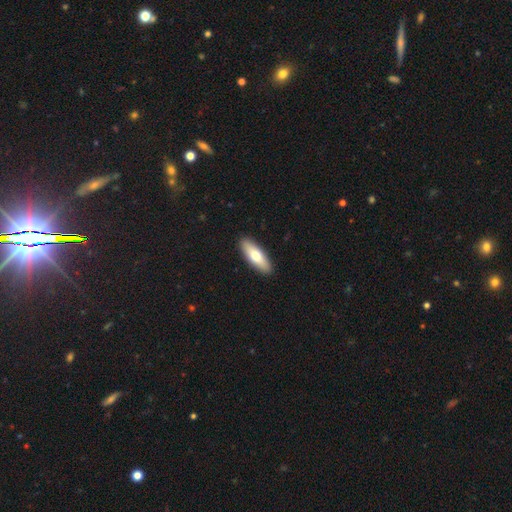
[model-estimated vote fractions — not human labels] This appears to be a smooth galaxy with no disk features (69%) that is in between round and cigar-shaped (58%). Merging: none (91%).